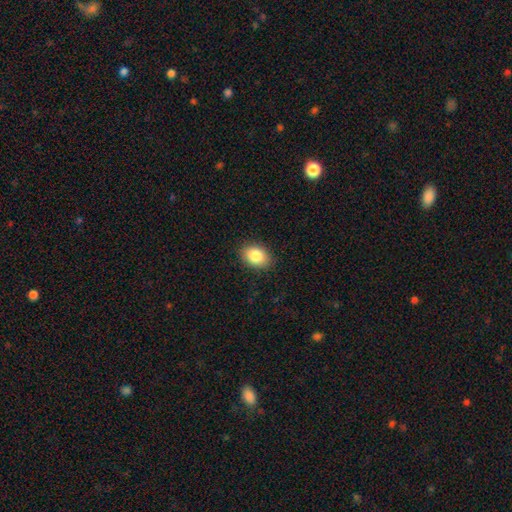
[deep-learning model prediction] A smooth galaxy with no disk features (86%) that is in between round and cigar-shaped (76%).

Vote fractions:
- Smooth or featured? smooth: 86% / star or artifact: 8% / featured or disk: 6%
- How rounded? in between: 76% / round: 23% / cigar-shaped: 1%
- Merging? none: 87% / minor disturbance: 9% / major disturbance: 2% / merger: 1%